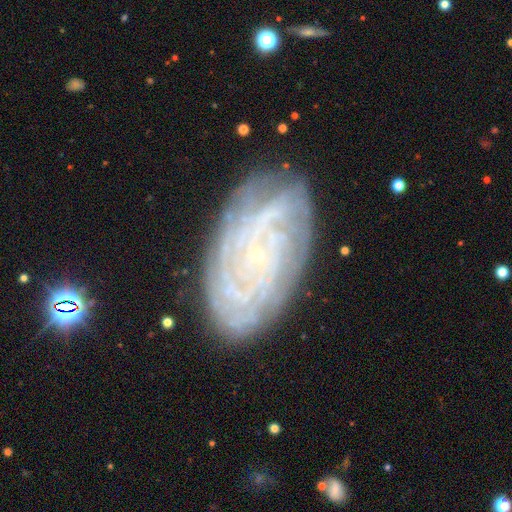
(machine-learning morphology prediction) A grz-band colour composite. It shows a featured or disk galaxy (82%) with no bar (75%), tight (80%) spiral arms (95%) and a small central bulge (88%). Merging: none (80%).